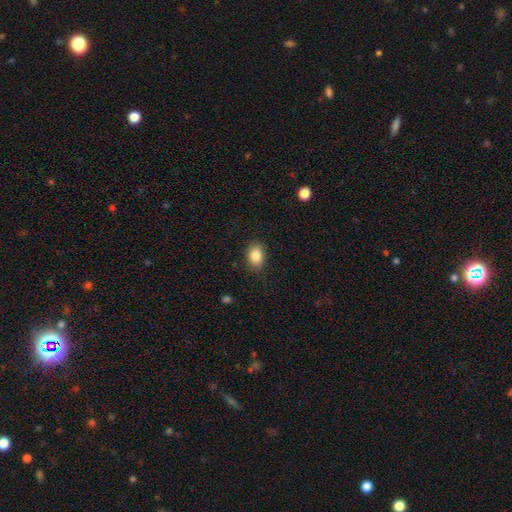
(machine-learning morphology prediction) Overall: smooth (85%). How rounded: in between (79%). Merging: none (86%).